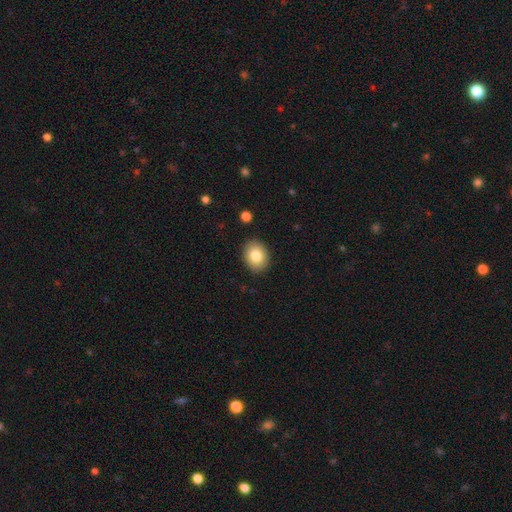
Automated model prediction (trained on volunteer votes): Smooth or featured? smooth (82%)
How rounded? in between (59%)
Merging? none (88%)